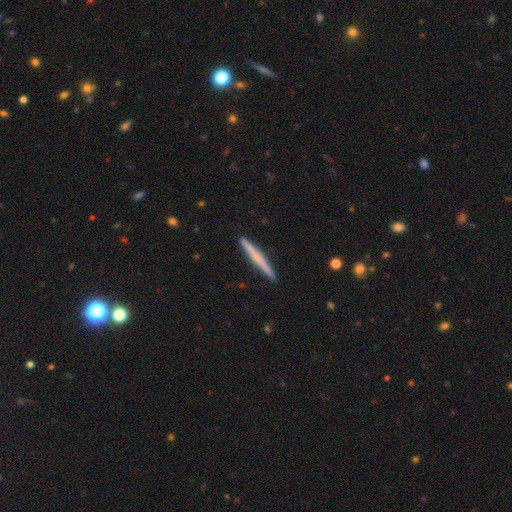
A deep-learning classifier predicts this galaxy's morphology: This is possibly a smooth galaxy (55%). How rounded: clearly cigar-shaped (97%). Merging: clearly none (91%).